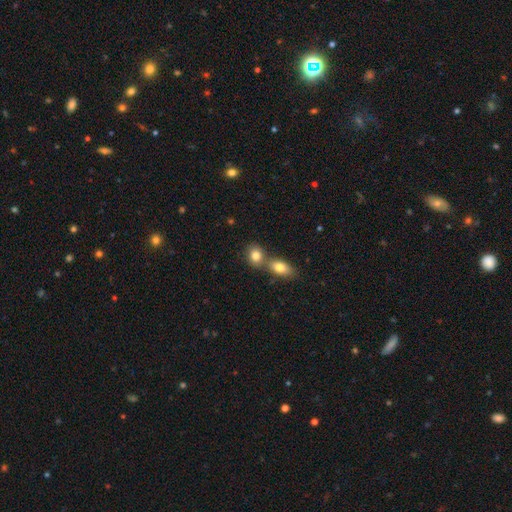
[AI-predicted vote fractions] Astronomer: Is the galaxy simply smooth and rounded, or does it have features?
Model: smooth — 81%.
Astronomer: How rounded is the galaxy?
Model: in between — 52% (runner-up: round, 46%).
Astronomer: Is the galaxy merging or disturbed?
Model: merger — 50% (runner-up: none, 40%).